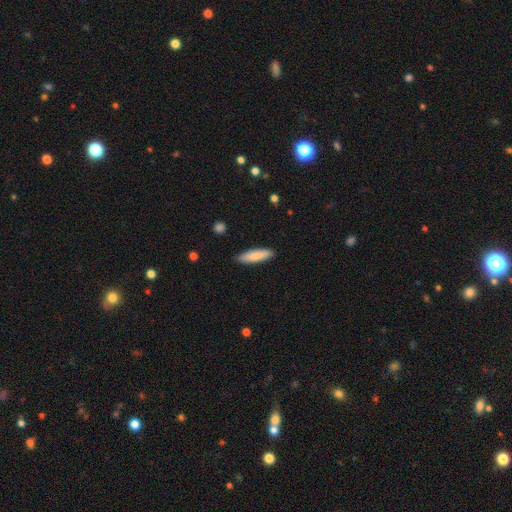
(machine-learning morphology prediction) type=smooth (82%); roundness=cigar-shaped (69%); merging=none (89%).